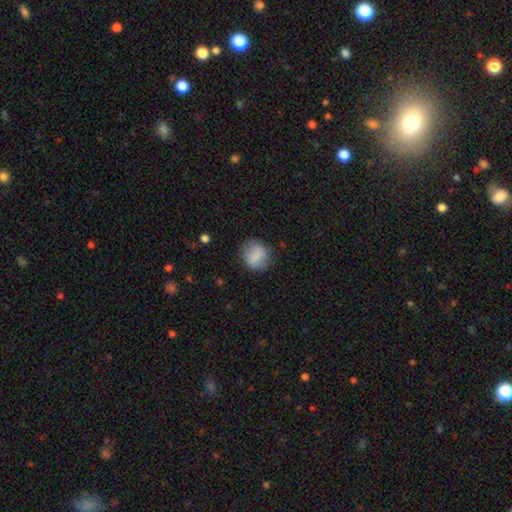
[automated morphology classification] Q: Smooth or featured?
A: smooth (81%); runner-up: featured or disk (11%)
Q: How rounded?
A: round (77%); runner-up: in between (22%)
Q: Merging?
A: none (75%); runner-up: minor disturbance (18%)